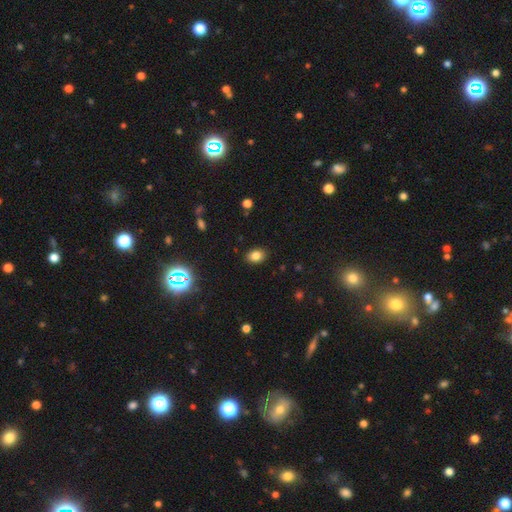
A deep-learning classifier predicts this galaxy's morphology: This is clearly a smooth galaxy (83%). How rounded: likely in between (74%). Merging: clearly none (87%).